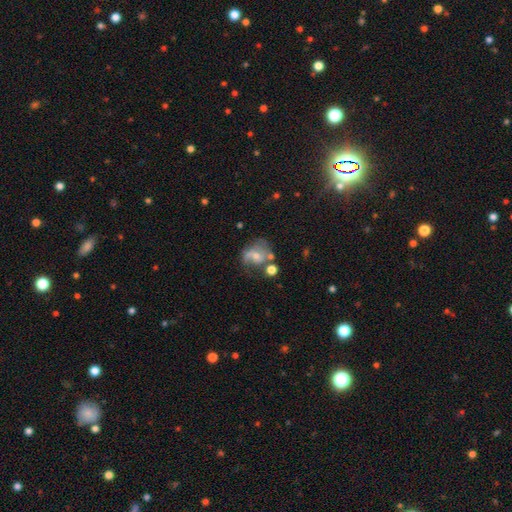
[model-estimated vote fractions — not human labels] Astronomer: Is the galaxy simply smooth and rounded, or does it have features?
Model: featured or disk — 54% (runner-up: smooth, 36%).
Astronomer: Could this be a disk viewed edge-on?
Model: no — 97%.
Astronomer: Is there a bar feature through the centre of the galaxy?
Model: no — 54% (runner-up: weak, 36%).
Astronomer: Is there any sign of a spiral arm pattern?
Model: yes — 74%.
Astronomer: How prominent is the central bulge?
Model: small — 46% (runner-up: moderate, 41%).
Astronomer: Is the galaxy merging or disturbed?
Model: none — 39% (runner-up: minor disturbance, 23%).